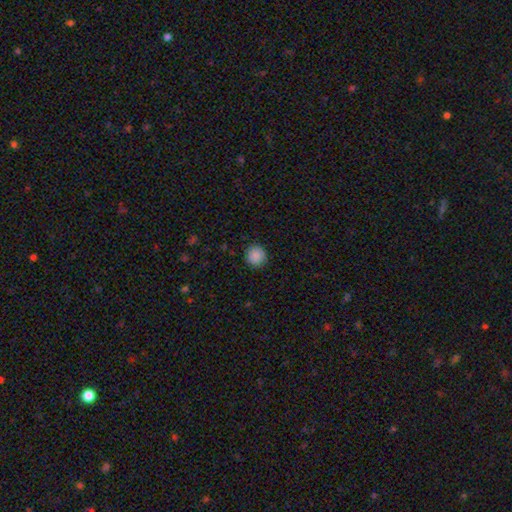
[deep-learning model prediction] Smooth or featured? smooth (89%)
How rounded? round (93%)
Merging? none (91%)